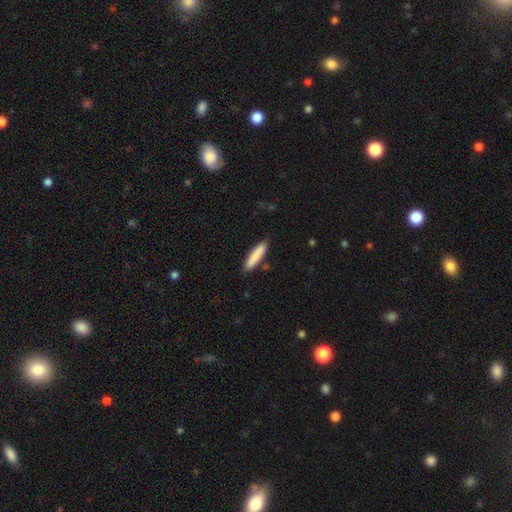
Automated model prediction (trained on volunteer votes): A smooth galaxy with no disk features (85%) that is cigar-shaped (83%).

Vote fractions:
- Smooth or featured? smooth: 85% / featured or disk: 9% / star or artifact: 6%
- How rounded? cigar-shaped: 83% / in between: 16% / round: 1%
- Merging? none: 87% / minor disturbance: 9% / merger: 2% / major disturbance: 2%